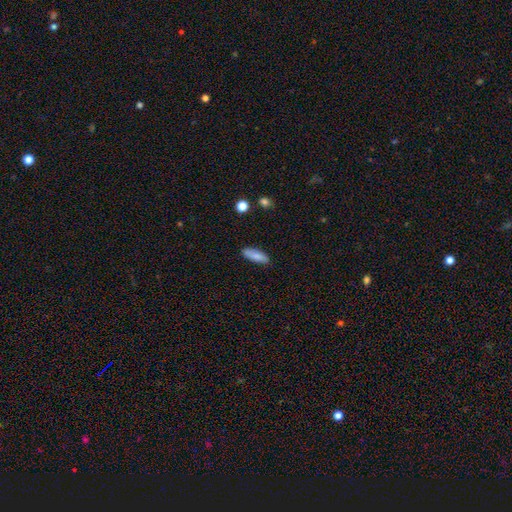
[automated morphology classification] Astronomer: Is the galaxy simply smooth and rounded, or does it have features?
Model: smooth — 85%.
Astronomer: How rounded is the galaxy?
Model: in between — 55% (runner-up: cigar-shaped, 43%).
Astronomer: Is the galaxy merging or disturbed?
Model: none — 87%.